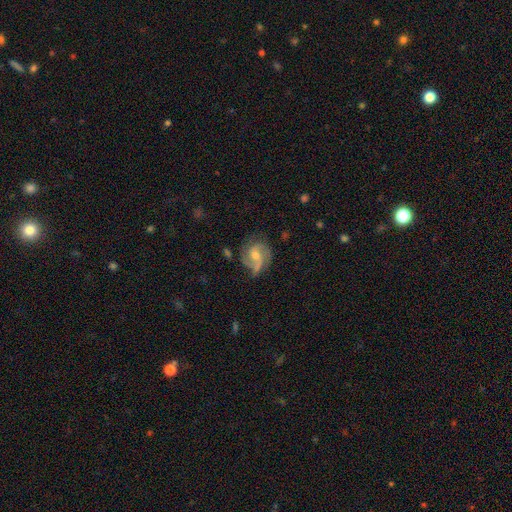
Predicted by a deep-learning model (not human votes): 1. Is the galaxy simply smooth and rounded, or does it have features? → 81% featured or disk, 12% smooth, 8% star or artifact.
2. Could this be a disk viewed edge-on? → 98% no, 2% yes.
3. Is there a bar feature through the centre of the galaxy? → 49% no, 41% weak, 10% strong.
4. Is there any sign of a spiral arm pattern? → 96% yes, 4% no.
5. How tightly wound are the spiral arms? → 50% medium, 31% tight, 20% loose.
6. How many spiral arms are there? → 47% 2, 31% 3, 10% can't tell, 5% 1, 4% 4, 3% more than 4.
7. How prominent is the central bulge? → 51% moderate, 43% small, 2% none, 2% large, 1% dominant.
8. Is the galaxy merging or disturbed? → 69% none, 20% minor disturbance, 9% major disturbance, 2% merger.